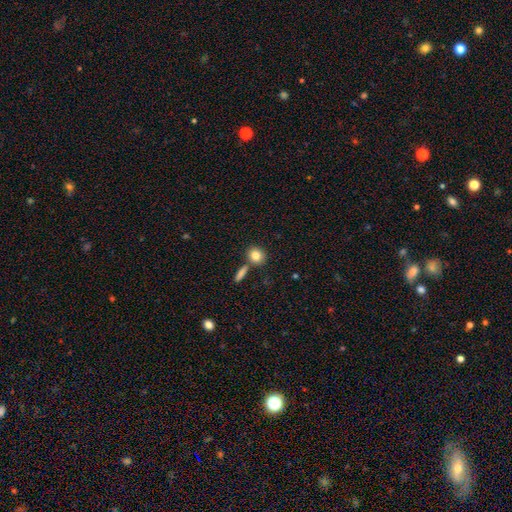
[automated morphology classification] This is clearly a smooth galaxy (83%). How rounded: likely round (75%). Merging: likely none (73%).